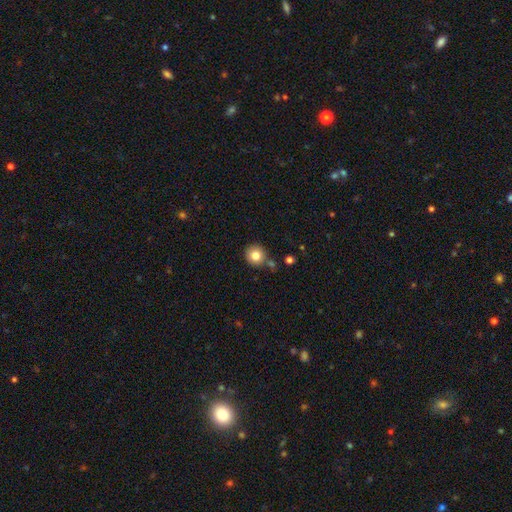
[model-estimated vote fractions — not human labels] Smooth or featured? Predicted: smooth (p=0.81). How rounded? Predicted: round (p=0.92). Merging? Predicted: none (p=0.77).